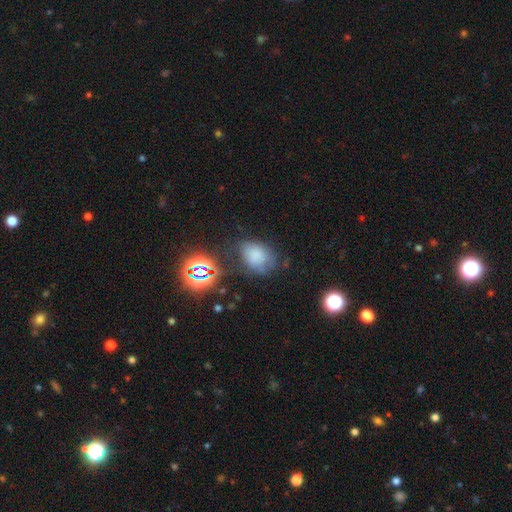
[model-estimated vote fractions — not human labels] smooth-or-featured: smooth: 68% | star or artifact: 19% | featured or disk: 13%
  how-rounded: in between: 67% | round: 31% | cigar-shaped: 1%
  merging: none: 53% | minor disturbance: 27% | major disturbance: 14% | merger: 6%